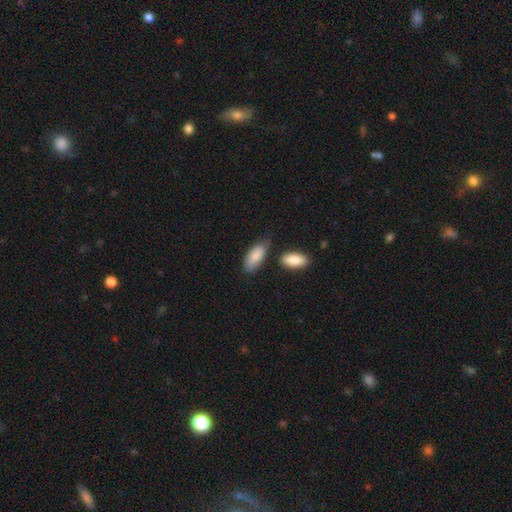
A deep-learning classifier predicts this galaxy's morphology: Smooth or featured? smooth (86%)
How rounded? in between (88%)
Merging? none (56%)